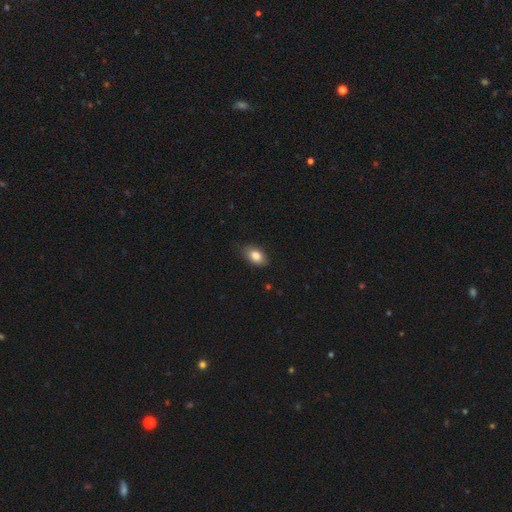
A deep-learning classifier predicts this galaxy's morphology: Smooth or featured?
  - smooth: 83% *
  - featured or disk: 9%
  - star or artifact: 8%
How rounded?
  - in between: 89% *
  - round: 9%
  - cigar-shaped: 2%
Merging?
  - none: 78% *
  - minor disturbance: 18%
  - major disturbance: 3%
  - merger: 1%